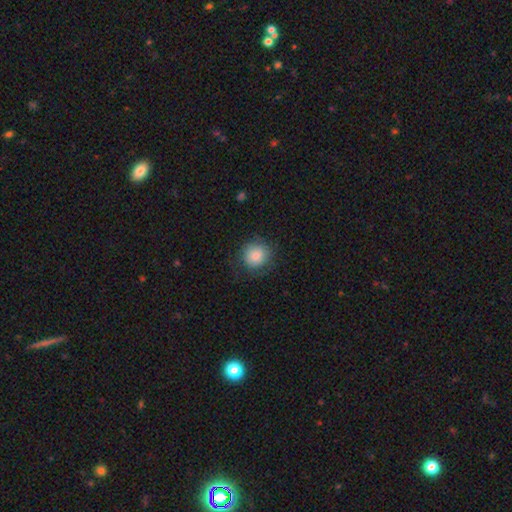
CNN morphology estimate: Overall: smooth (85%). How rounded: round (90%). Merging: none (80%).